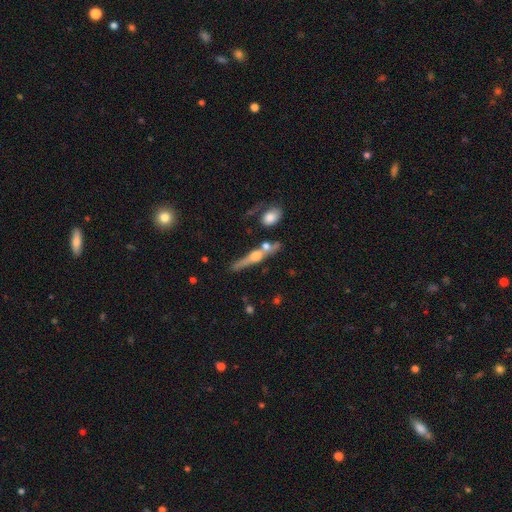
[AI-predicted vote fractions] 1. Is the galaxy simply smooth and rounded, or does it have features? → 59% featured or disk, 32% smooth, 8% star or artifact.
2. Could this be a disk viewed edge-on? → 90% yes, 10% no.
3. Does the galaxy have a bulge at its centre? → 85% rounded, 9% boxy, 7% none.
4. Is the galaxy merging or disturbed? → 54% none, 23% merger, 16% minor disturbance, 7% major disturbance.